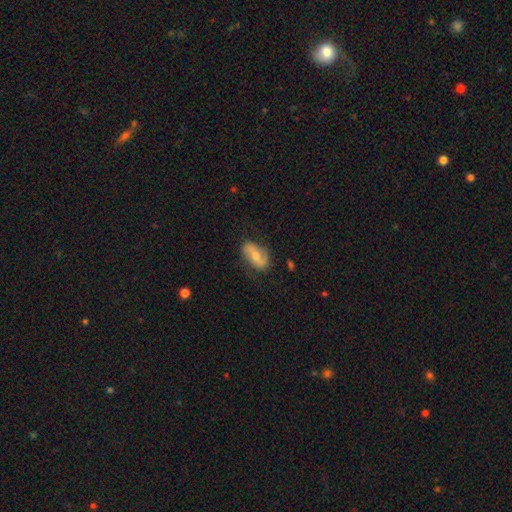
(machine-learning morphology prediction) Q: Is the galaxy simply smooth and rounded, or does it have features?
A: featured or disk — 55%.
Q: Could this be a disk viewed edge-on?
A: no — 94%.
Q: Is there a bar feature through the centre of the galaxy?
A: weak — 39%.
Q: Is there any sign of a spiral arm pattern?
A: yes — 84%.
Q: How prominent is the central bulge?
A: moderate — 54%.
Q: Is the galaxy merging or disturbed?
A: none — 73%.